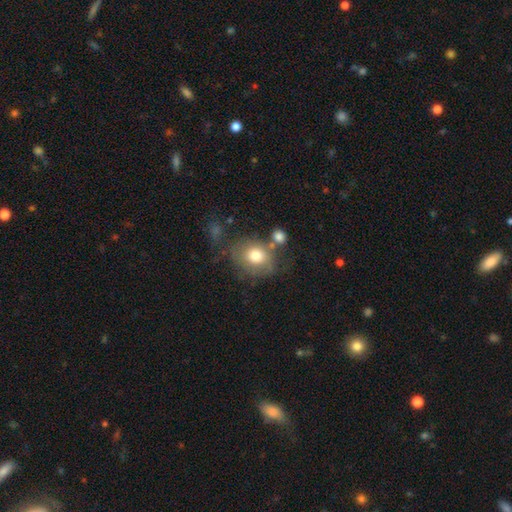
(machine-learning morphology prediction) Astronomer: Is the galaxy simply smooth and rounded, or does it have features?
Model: smooth — 75%.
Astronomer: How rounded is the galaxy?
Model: round — 66%.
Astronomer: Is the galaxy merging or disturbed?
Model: none — 56%.